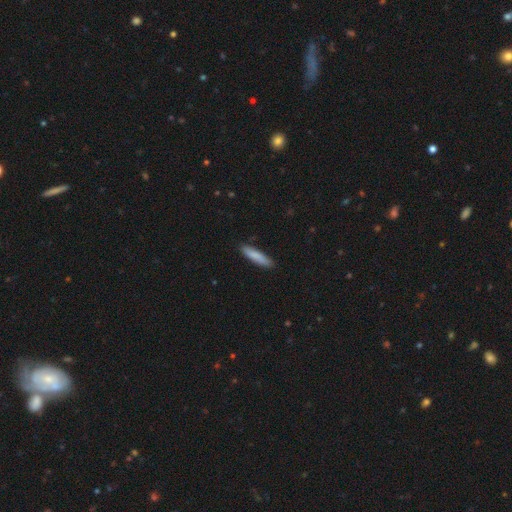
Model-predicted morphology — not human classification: A smooth galaxy with no disk features (85%) that is cigar-shaped (83%). Merging: none (87%).